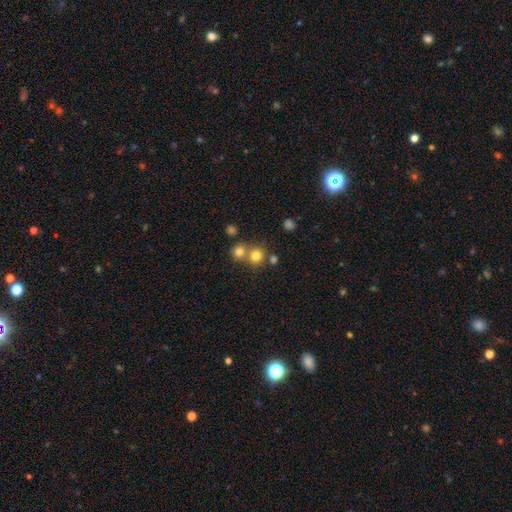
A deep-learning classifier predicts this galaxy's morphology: This appears to be a smooth galaxy with no disk features (76%) that is round (88%). Merging: none (55%).